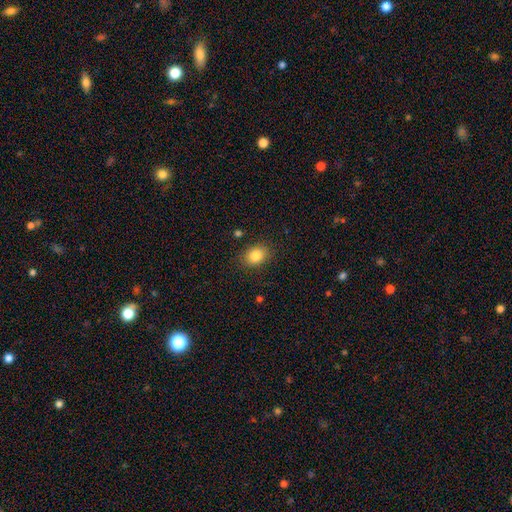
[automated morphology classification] The model was most divided on "how rounded": in between: 71%, round: 28%, cigar-shaped: 1%. More confident: smooth or featured — smooth (85%); merging — none (85%).